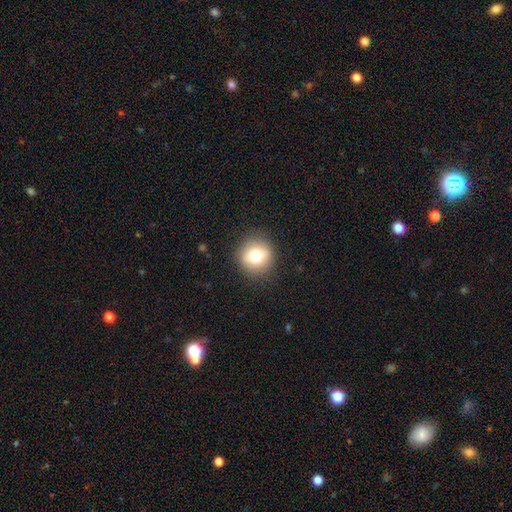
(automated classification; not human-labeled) smooth 77%, featured or disk 13%, star or artifact 10%. Down the decision tree: how rounded — round (91%); merging — none (90%).